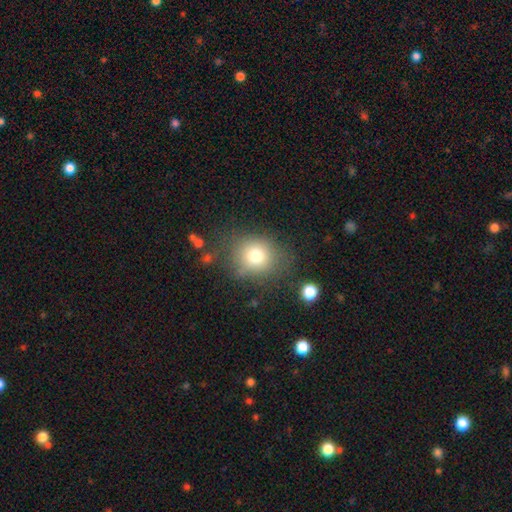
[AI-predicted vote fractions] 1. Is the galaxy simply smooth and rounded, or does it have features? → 77% smooth, 12% star or artifact, 11% featured or disk.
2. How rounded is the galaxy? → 75% round, 24% in between, 1% cigar-shaped.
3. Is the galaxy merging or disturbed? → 72% none, 16% minor disturbance, 8% major disturbance, 4% merger.